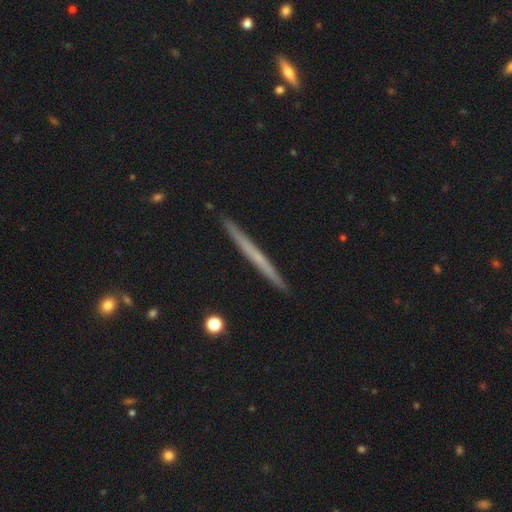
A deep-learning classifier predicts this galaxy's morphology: smooth_or_featured: featured or disk (p=0.53) [alt: smooth p=0.39]
disk_edge_on: yes (p=0.98) [alt: no p=0.02]
edge_on_bulge: none (p=0.88) [alt: rounded p=0.09]
merging: none (p=0.92) [alt: minor disturbance p=0.06]